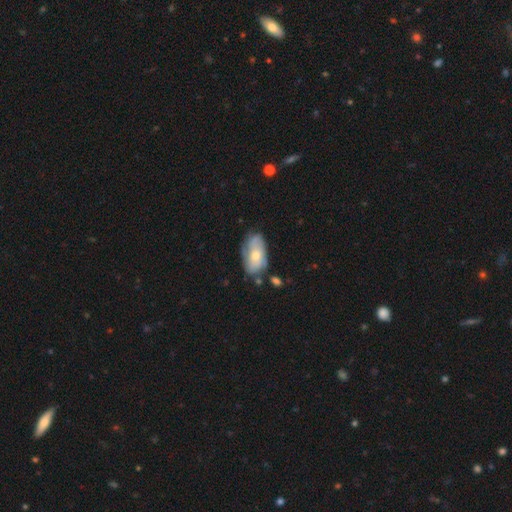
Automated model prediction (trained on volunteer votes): Smooth or featured? Predicted: featured or disk (p=0.48). Merging? Predicted: none (p=0.54).